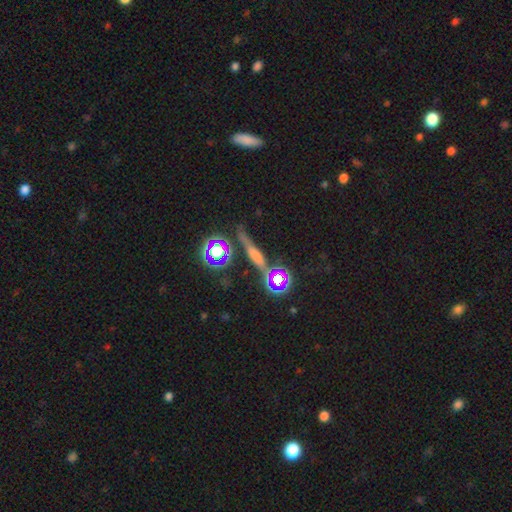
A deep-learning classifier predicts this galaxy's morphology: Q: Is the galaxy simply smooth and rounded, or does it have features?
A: featured or disk — 40%.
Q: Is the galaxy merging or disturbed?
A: none — 75%.